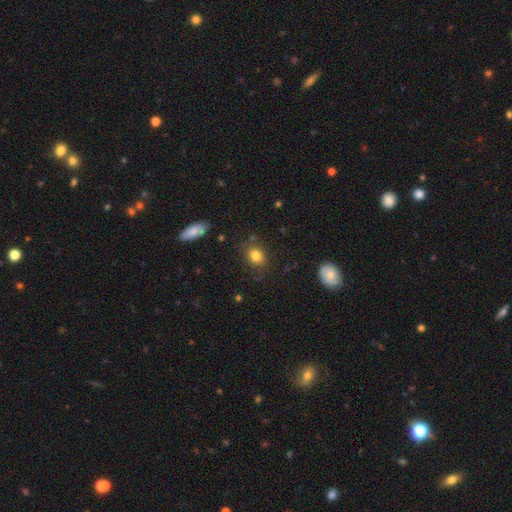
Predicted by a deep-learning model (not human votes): smooth_or_featured: smooth (p=0.82) [alt: star or artifact p=0.11]
how_rounded: round (p=0.51) [alt: in between p=0.48]
merging: none (p=0.80) [alt: minor disturbance p=0.13]